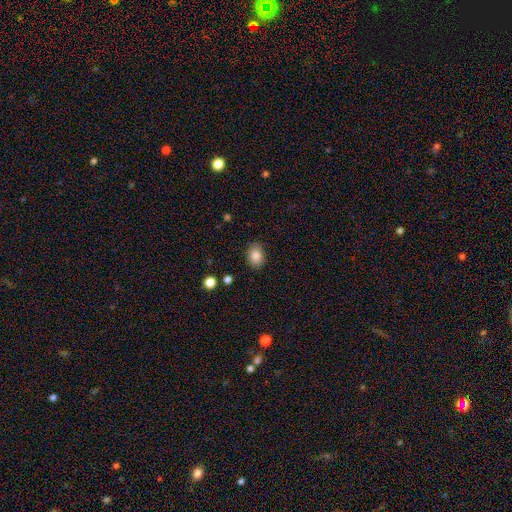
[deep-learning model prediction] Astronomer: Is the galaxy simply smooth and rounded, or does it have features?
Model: smooth — 84%.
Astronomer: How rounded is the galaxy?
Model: in between — 68%.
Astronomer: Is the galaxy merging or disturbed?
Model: none — 86%.